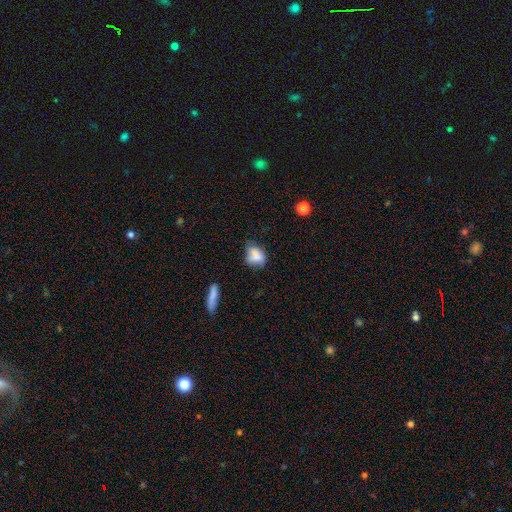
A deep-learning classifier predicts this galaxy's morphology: Q: Smooth or featured?
A: smooth (73%); runner-up: featured or disk (17%)
Q: How rounded?
A: in between (74%); runner-up: round (23%)
Q: Merging?
A: none (45%); runner-up: minor disturbance (33%)